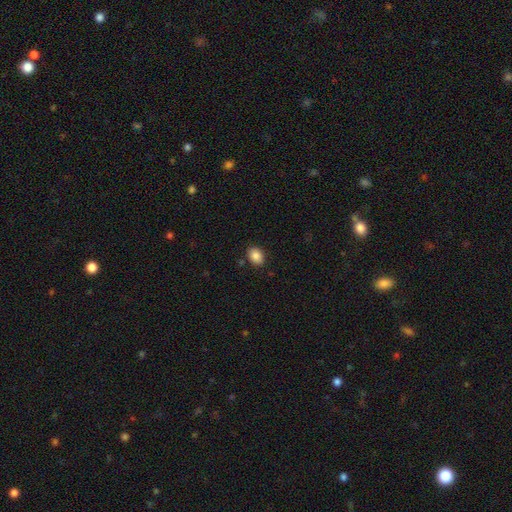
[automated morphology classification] Smooth or featured? Predicted: smooth (p=0.87). How rounded? Predicted: in between (p=0.67). Merging? Predicted: none (p=0.87).